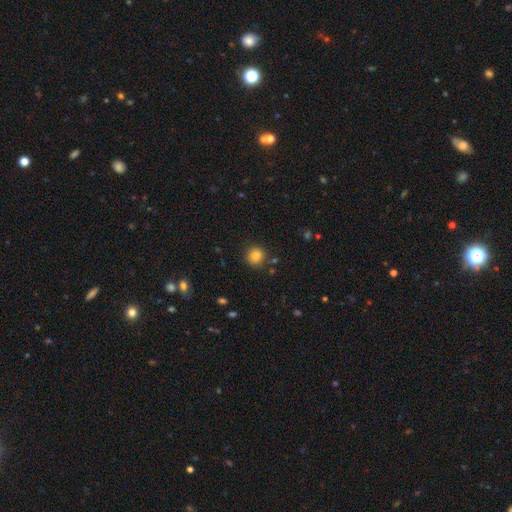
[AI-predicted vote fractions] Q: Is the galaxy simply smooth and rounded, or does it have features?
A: smooth — 83%.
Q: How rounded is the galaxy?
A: round — 90%.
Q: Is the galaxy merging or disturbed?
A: none — 87%.